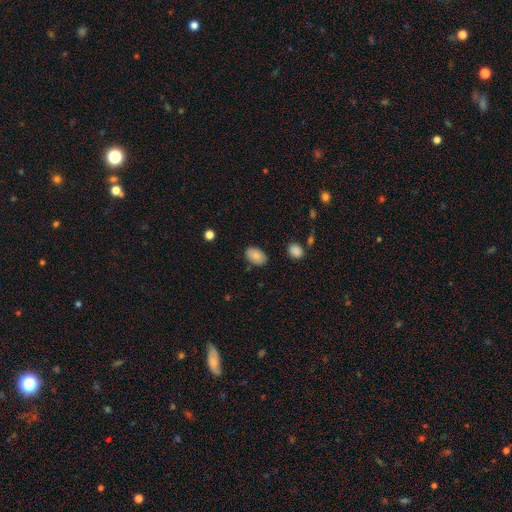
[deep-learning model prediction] smooth-or-featured: smooth: 85% | star or artifact: 8% | featured or disk: 7%
  how-rounded: in between: 90% | round: 9% | cigar-shaped: 1%
  merging: none: 83% | minor disturbance: 12% | major disturbance: 3% | merger: 2%